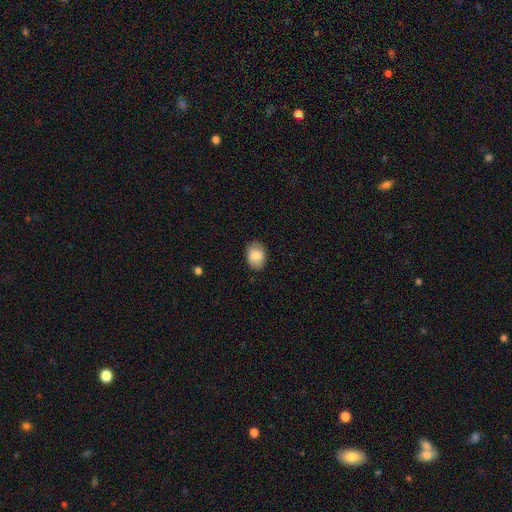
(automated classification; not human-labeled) This is clearly a smooth galaxy (84%). How rounded: clearly in between (81%). Merging: clearly none (83%).